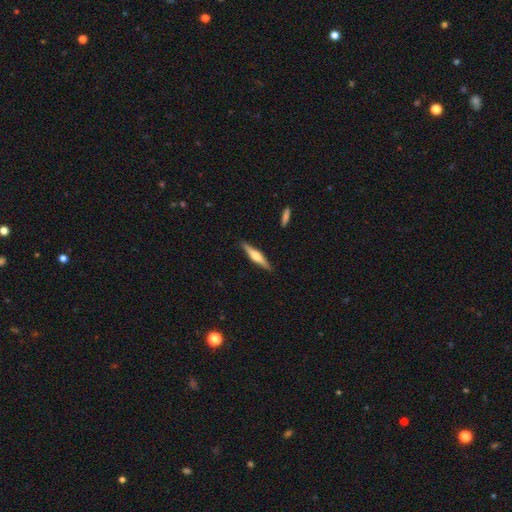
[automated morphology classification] Smooth or featured?
  - featured or disk: 60% *
  - smooth: 34%
  - star or artifact: 5%
Edge-on disk?
  - yes: 97% *
  - no: 3%
Edge-on bulge?
  - rounded: 82% *
  - boxy: 13%
  - none: 5%
Merging?
  - none: 90% *
  - minor disturbance: 7%
  - major disturbance: 2%
  - merger: 1%